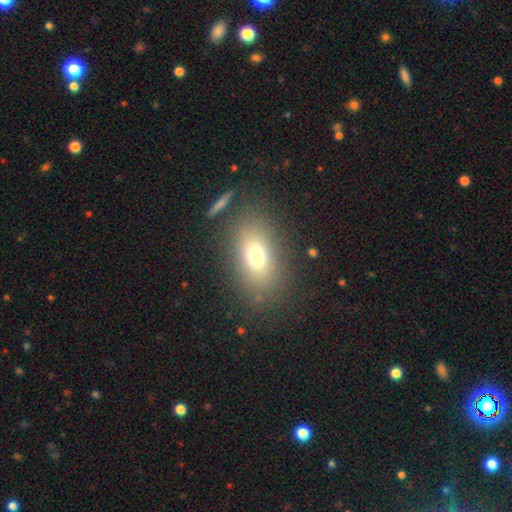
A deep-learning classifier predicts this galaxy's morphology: Smooth or featured: smooth — 74% (featured or disk — 14%)
How rounded: in between — 82% (round — 14%)
Merging: none — 80% (minor disturbance — 10%)